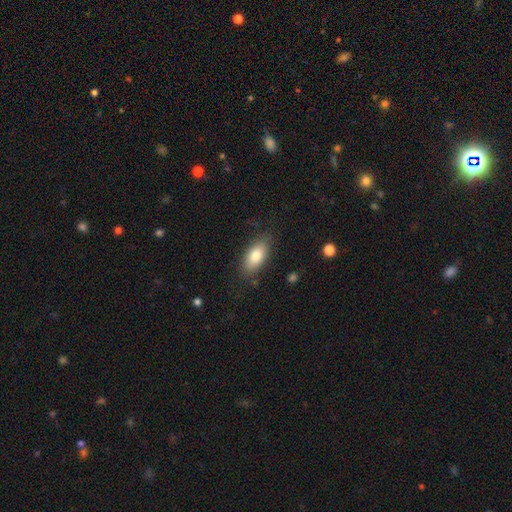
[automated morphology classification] type=smooth (80%); roundness=in between (88%); merging=none (82%).